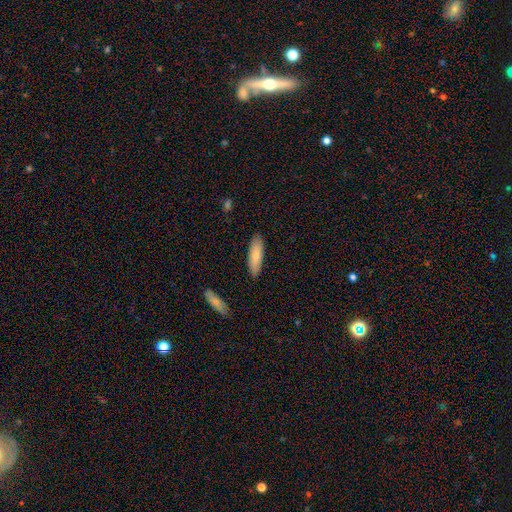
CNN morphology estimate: A smooth galaxy with no disk features (77%) that is in between round and cigar-shaped (50%). Merging: none (87%).